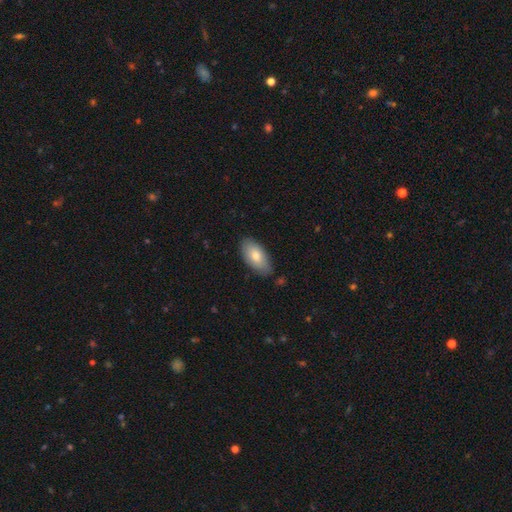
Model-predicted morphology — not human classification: A smooth galaxy with no disk features (76%) that is in between round and cigar-shaped (93%).

Vote fractions:
- Smooth or featured? smooth: 76% / featured or disk: 18% / star or artifact: 6%
- How rounded? in between: 93% / cigar-shaped: 4% / round: 3%
- Merging? none: 79% / minor disturbance: 16% / major disturbance: 3% / merger: 2%